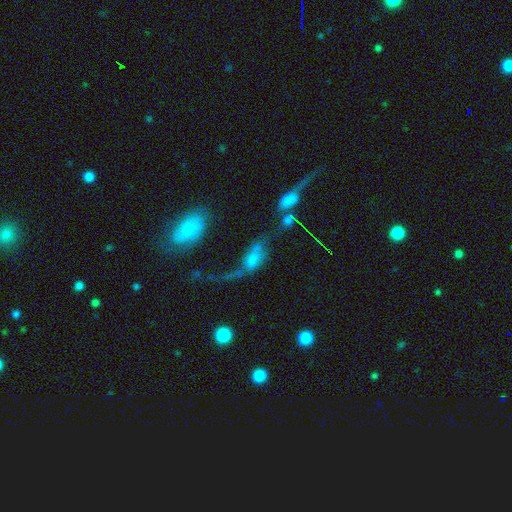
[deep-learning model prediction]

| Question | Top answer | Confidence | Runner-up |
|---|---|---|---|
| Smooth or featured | featured or disk | 49% | smooth (28%) |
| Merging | major disturbance | 34% | merger (28%) |